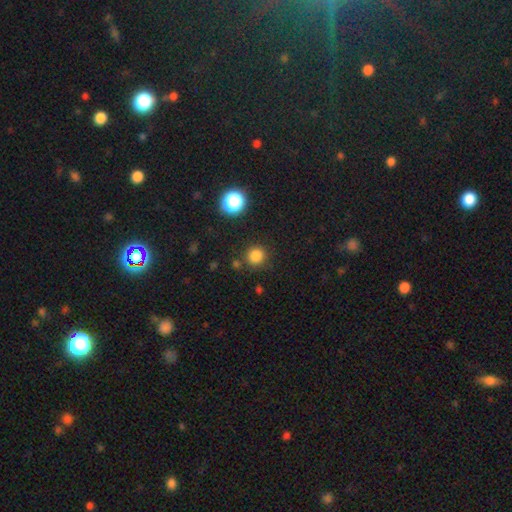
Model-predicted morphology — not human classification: smooth_or_featured: smooth (p=0.82) [alt: star or artifact p=0.14]
how_rounded: round (p=0.91) [alt: in between p=0.08]
merging: none (p=0.85) [alt: minor disturbance p=0.08]